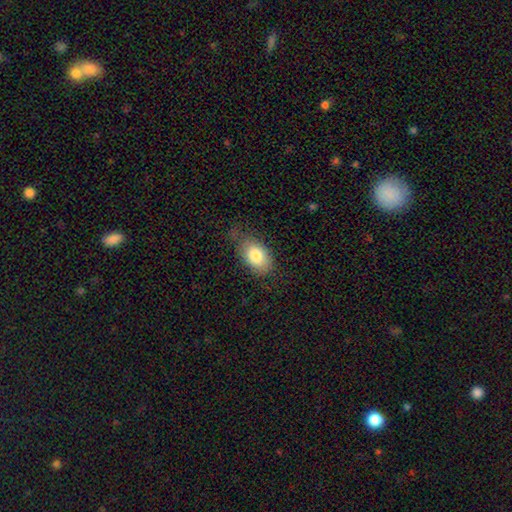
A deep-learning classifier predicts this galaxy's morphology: type=smooth (80%); roundness=in between (87%); merging=none (63%).